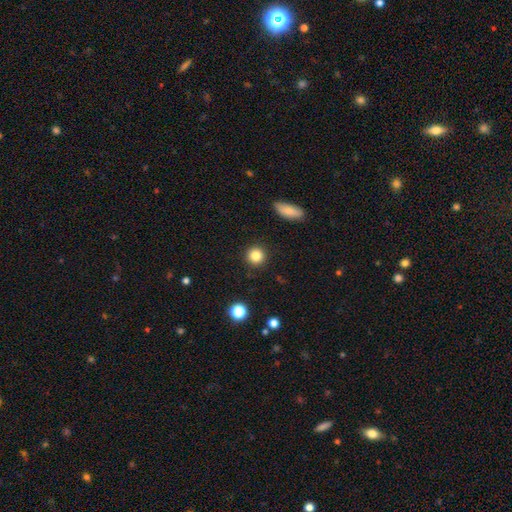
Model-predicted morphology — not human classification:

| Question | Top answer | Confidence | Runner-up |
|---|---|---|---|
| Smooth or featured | smooth | 85% | star or artifact (10%) |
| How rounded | round | 93% | in between (6%) |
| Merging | none | 92% | minor disturbance (5%) |